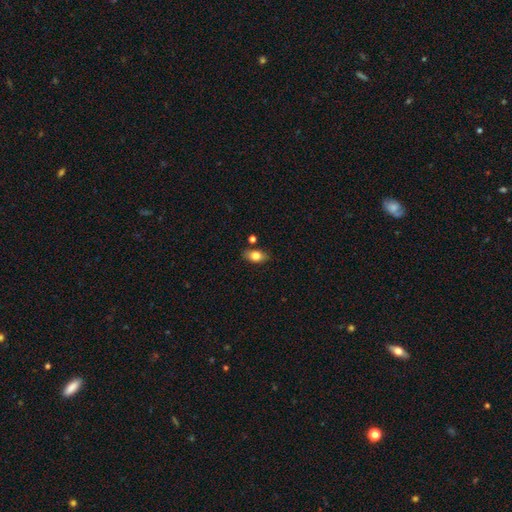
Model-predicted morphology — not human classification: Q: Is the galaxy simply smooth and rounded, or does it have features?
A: smooth — 76%.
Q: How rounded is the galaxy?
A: in between — 85%.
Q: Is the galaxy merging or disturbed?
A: none — 81%.